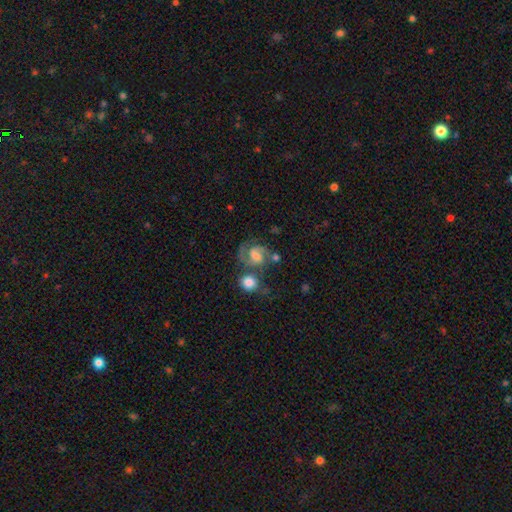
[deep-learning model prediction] Morphology: type=featured or disk (79%); edge-on=no (98%); bar=weak (49%); spiral arms=yes (96%); winding=medium (56%); arm count=2 (85%); bulge=moderate (41%); merging=none (50%).